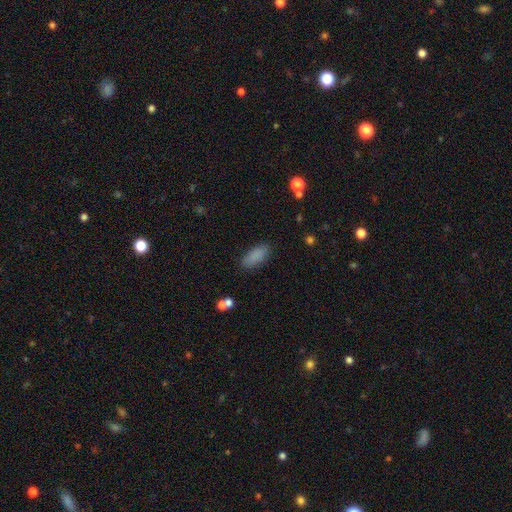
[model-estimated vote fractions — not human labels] Morphology: type=smooth (87%); roundness=in between (81%); merging=none (86%).